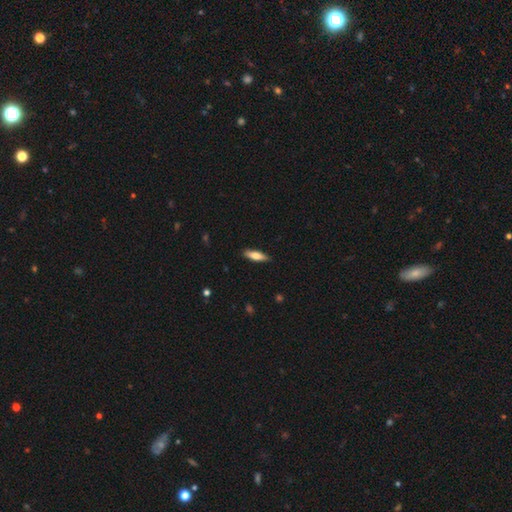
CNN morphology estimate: Smooth or featured? Predicted: smooth (p=0.65). How rounded? Predicted: cigar-shaped (p=0.56). Merging? Predicted: none (p=0.87).